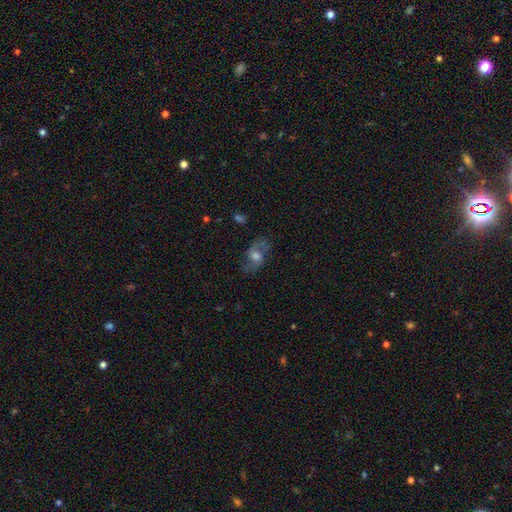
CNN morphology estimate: A featured or disk galaxy (66%) with no bar (48%), 2 (88%) loose (53%) spiral arms (85%) and a moderate central bulge (54%).

Vote fractions:
- Smooth or featured? featured or disk: 66% / smooth: 23% / star or artifact: 11%
- Edge-on disk? no: 93% / yes: 7%
- Bar? no: 48% / weak: 41% / strong: 11%
- Spiral arms? yes: 85% / no: 15%
- Spiral winding? loose: 53% / medium: 37% / tight: 9%
- Spiral arm count? 2: 88% / can't tell: 6% / 1: 3% / 3: 1% / 4: 1% / more than 4: 1%
- Bulge size? moderate: 54% / large: 22% / small: 18% / none: 4% / dominant: 2%
- Merging? none: 73% / minor disturbance: 16% / major disturbance: 9% / merger: 2%